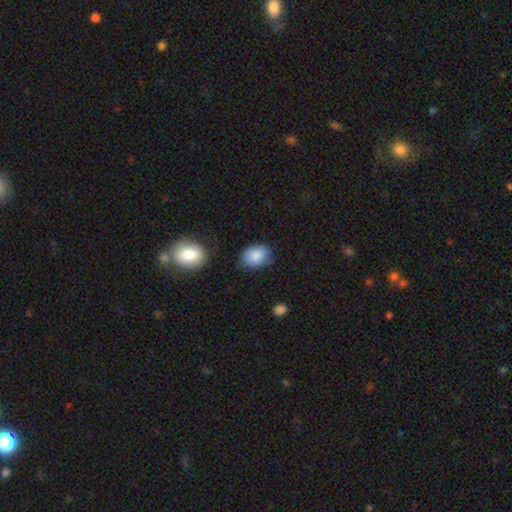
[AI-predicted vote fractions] smooth 87%, star or artifact 7%, featured or disk 6%. Down the decision tree: how rounded — in between (72%); merging — none (70%).